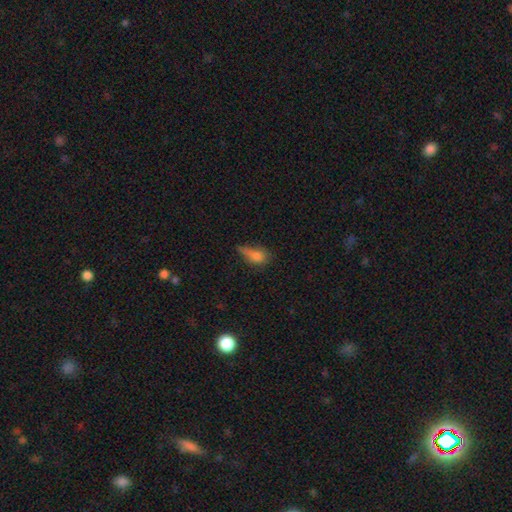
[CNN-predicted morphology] Overall: smooth (68%). How rounded: in between (69%). Merging: minor disturbance (36%; none 33%).